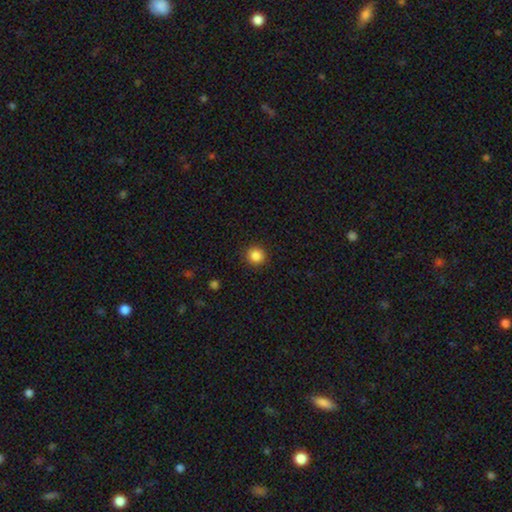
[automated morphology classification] This is clearly a smooth galaxy (86%). How rounded: clearly round (92%). Merging: clearly none (91%).